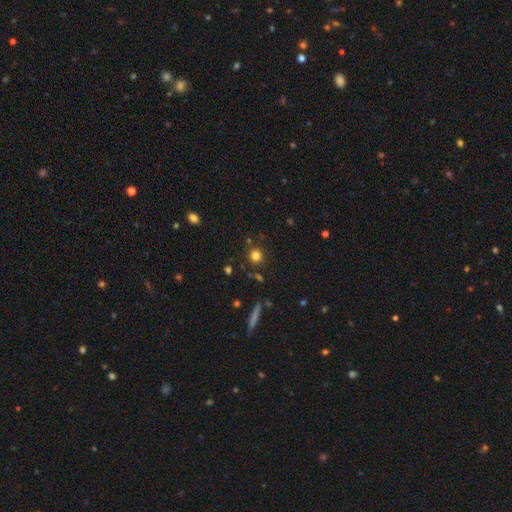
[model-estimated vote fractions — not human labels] Smooth or featured? smooth (79%)
How rounded? round (89%)
Merging? none (85%)